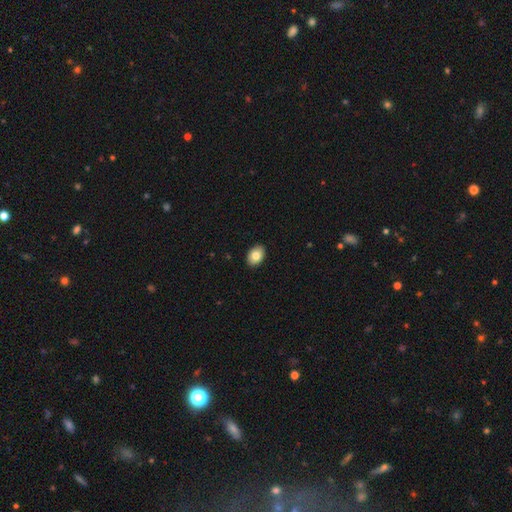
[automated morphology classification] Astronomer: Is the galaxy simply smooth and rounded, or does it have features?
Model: smooth — 82%.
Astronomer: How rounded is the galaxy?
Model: in between — 82%.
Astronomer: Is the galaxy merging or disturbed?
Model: none — 91%.